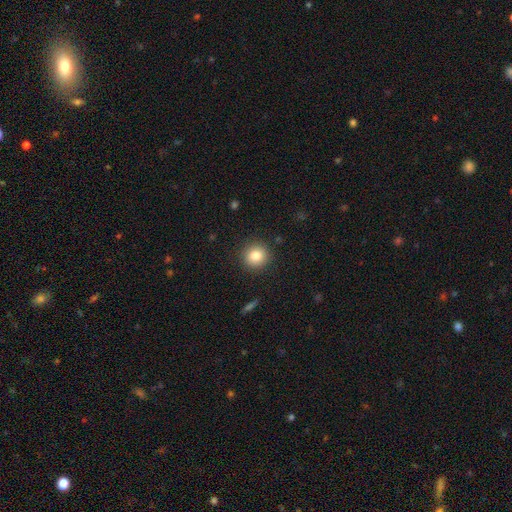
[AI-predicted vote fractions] A smooth galaxy with no disk features (83%) that is round (92%).

Vote fractions:
- Smooth or featured? smooth: 83% / star or artifact: 10% / featured or disk: 8%
- How rounded? round: 92% / in between: 7% / cigar-shaped: 1%
- Merging? none: 90% / minor disturbance: 6% / major disturbance: 2% / merger: 1%